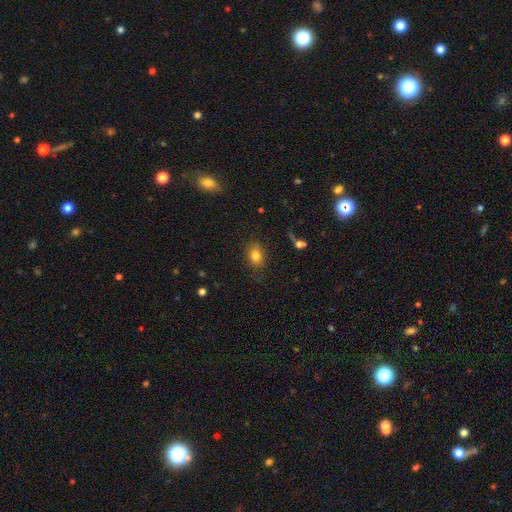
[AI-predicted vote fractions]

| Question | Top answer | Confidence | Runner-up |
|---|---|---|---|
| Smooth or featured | smooth | 80% | star or artifact (11%) |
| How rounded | in between | 72% | round (26%) |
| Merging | none | 75% | minor disturbance (17%) |